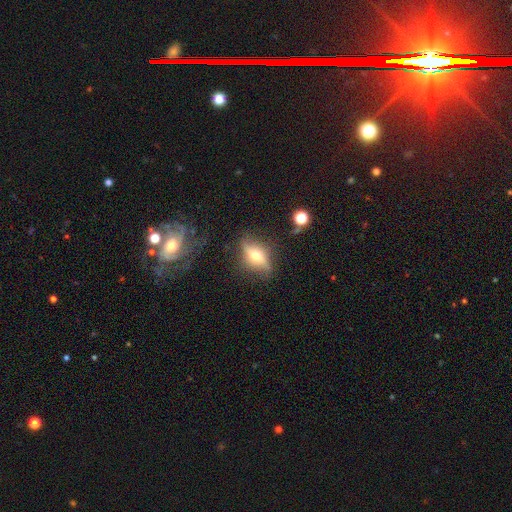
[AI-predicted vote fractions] featured or disk 63%, smooth 28%, star or artifact 9%. Down the decision tree: edge-on disk — yes (70%); merging — none (71%).